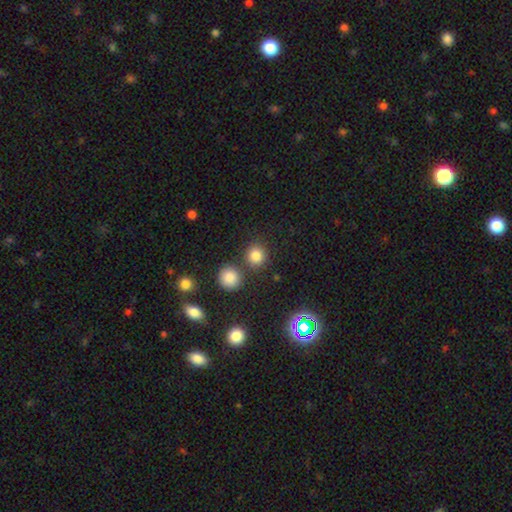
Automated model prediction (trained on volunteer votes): A smooth galaxy with no disk features (81%) that is round (90%).

Vote fractions:
- Smooth or featured? smooth: 81% / star or artifact: 14% / featured or disk: 5%
- How rounded? round: 90% / in between: 9% / cigar-shaped: 1%
- Merging? none: 77% / merger: 13% / minor disturbance: 8% / major disturbance: 3%